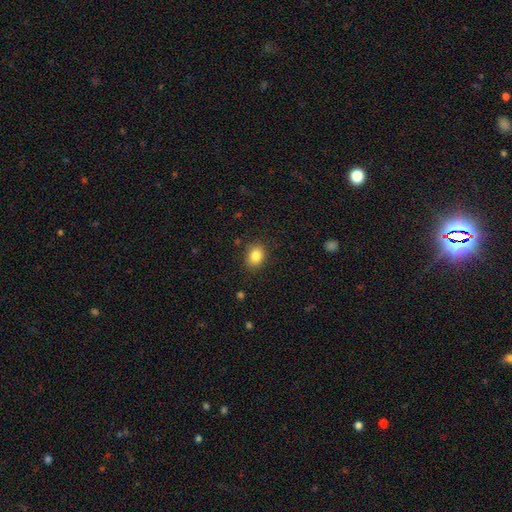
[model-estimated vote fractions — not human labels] Smooth or featured?
  - smooth: 84% *
  - star or artifact: 10%
  - featured or disk: 6%
How rounded?
  - in between: 53% *
  - round: 46%
  - cigar-shaped: 1%
Merging?
  - none: 85% *
  - minor disturbance: 11%
  - major disturbance: 3%
  - merger: 1%